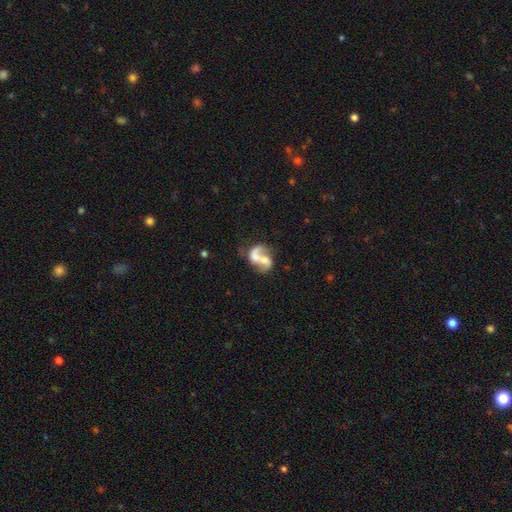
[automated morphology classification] Smooth or featured? Predicted: featured or disk (p=0.70). Edge-on disk? Predicted: no (p=0.98). Bar? Predicted: no (p=0.58). Spiral arms? Predicted: yes (p=0.77). Spiral winding? Predicted: loose (p=0.57). Spiral arm count? Predicted: 2 (p=0.70). Bulge size? Predicted: moderate (p=0.38). Merging? Predicted: merger (p=0.41).